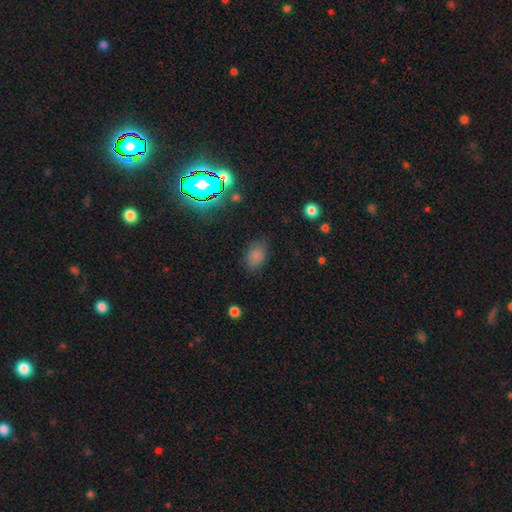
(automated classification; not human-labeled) A smooth galaxy with no disk features (80%) that is in between round and cigar-shaped (82%).

Vote fractions:
- Smooth or featured? smooth: 80% / star or artifact: 14% / featured or disk: 6%
- How rounded? in between: 82% / round: 16% / cigar-shaped: 1%
- Merging? none: 79% / minor disturbance: 15% / major disturbance: 5% / merger: 1%